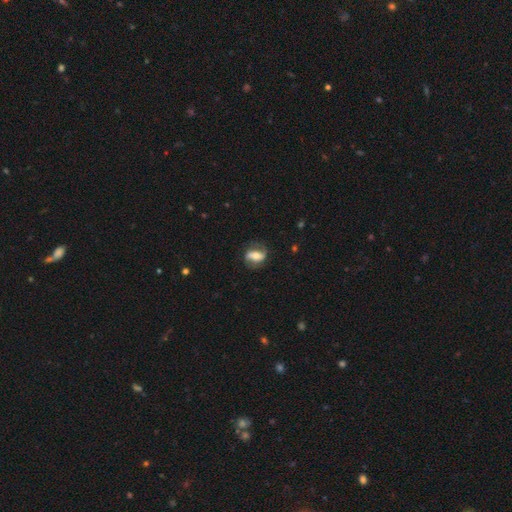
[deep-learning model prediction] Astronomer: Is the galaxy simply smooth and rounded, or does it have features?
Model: featured or disk — 61%.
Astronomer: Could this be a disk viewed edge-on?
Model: no — 89%.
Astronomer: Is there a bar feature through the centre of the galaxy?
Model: strong — 51%.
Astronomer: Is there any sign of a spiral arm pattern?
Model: yes — 76%.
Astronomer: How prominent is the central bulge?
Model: moderate — 57%.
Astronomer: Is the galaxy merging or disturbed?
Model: none — 74%.